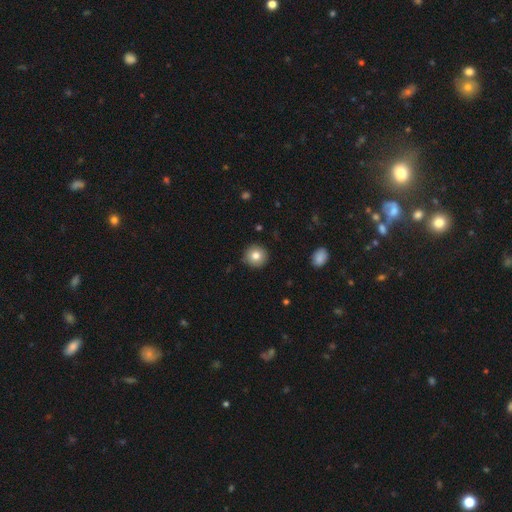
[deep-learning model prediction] The model was most divided on "smooth or featured": smooth: 81%, featured or disk: 10%, star or artifact: 9%. More confident: how rounded — round (94%); merging — none (90%).